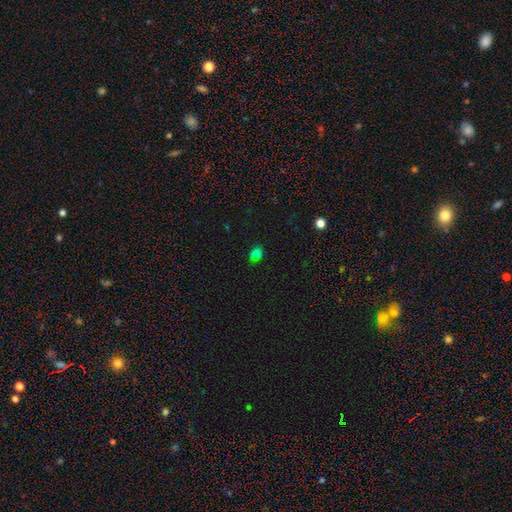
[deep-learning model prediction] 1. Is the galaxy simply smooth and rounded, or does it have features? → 75% smooth, 20% star or artifact, 5% featured or disk.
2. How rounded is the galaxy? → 58% in between, 40% round, 1% cigar-shaped.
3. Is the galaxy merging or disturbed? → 80% none, 14% minor disturbance, 3% major disturbance, 2% merger.